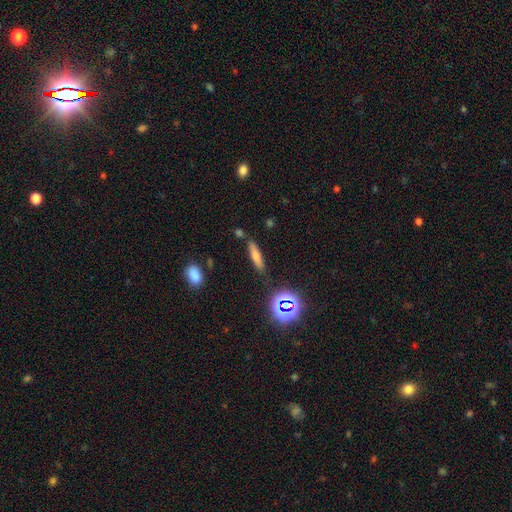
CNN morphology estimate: This appears to be a smooth galaxy with no disk features (56%) that is cigar-shaped (75%). Merging: none (82%).